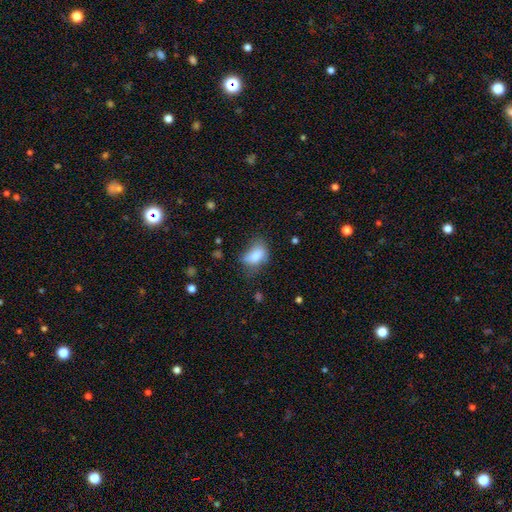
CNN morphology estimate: This is likely a smooth galaxy (79%). How rounded: clearly in between (84%). Merging: marginally none (40%).